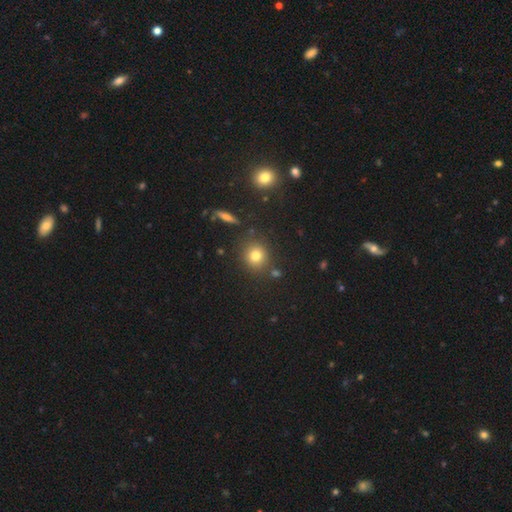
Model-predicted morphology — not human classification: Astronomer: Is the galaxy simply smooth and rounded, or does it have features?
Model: smooth — 75%.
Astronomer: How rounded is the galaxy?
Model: round — 85%.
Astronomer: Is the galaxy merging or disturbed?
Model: none — 83%.